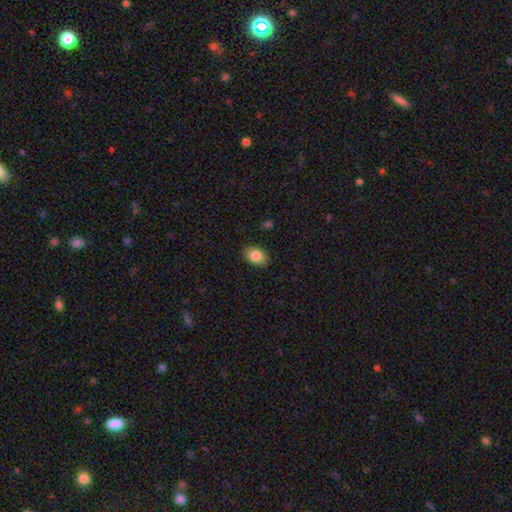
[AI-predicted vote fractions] This appears to be a smooth galaxy with no disk features (85%) that is in between round and cigar-shaped (82%). Merging: none (87%).